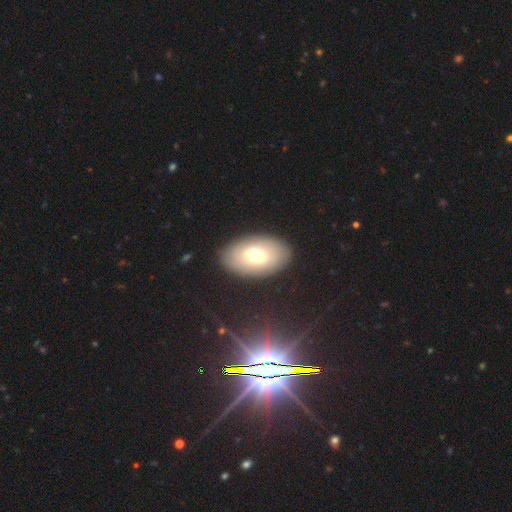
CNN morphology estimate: A smooth galaxy with no disk features (54%) that is in between round and cigar-shaped (93%). Merging: none (84%).